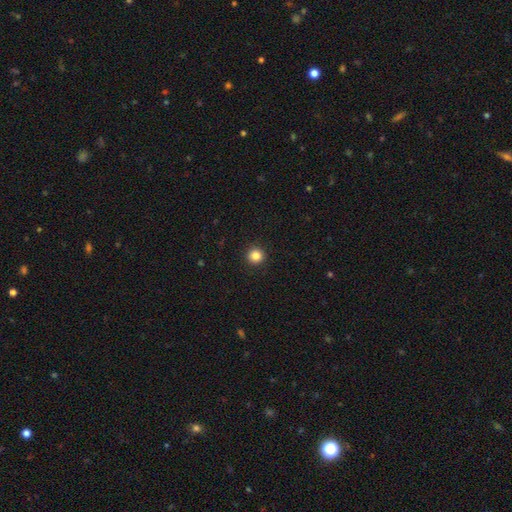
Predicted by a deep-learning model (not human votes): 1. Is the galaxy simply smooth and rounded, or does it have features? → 85% smooth, 11% star or artifact, 4% featured or disk.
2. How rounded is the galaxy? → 95% round, 4% in between, 1% cigar-shaped.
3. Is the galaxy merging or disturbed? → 93% none, 4% minor disturbance, 2% major disturbance, 1% merger.